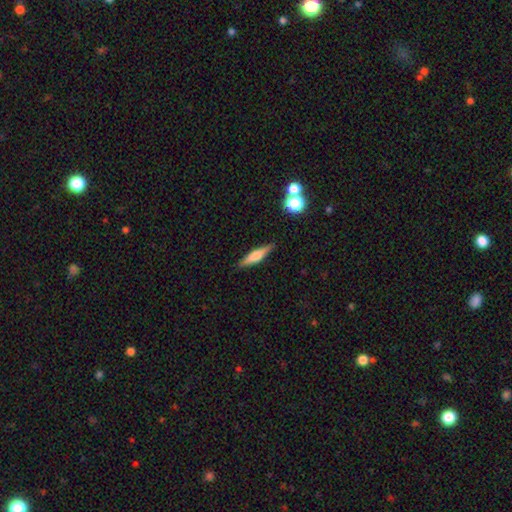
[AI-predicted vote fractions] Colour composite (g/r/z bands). It shows a smooth galaxy with no disk features (49%). Merging: none (88%).